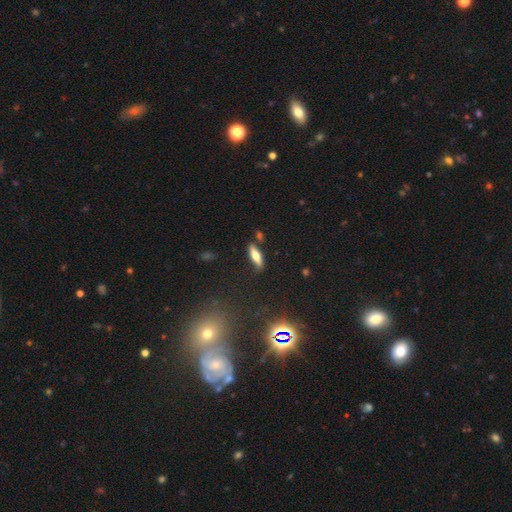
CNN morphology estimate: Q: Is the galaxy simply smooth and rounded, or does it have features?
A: smooth — 61%.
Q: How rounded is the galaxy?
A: cigar-shaped — 55%.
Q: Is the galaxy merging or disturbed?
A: none — 77%.